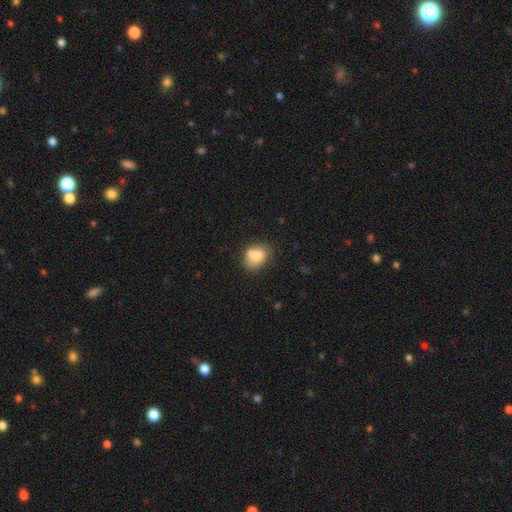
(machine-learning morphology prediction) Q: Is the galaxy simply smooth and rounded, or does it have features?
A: smooth — 76%.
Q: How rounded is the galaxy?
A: in between — 60%.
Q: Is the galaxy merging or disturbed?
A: none — 47%.